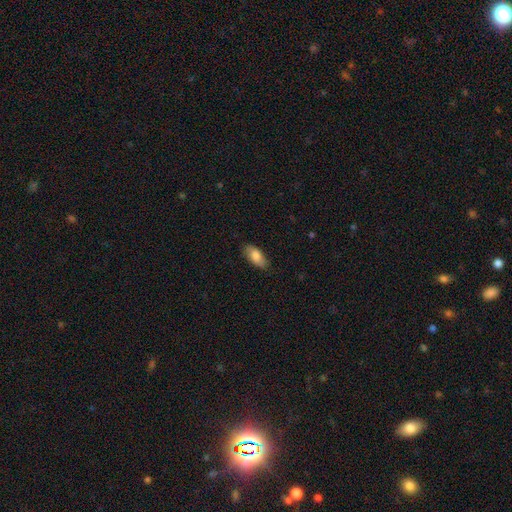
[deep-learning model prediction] Smooth or featured? smooth (82%)
How rounded? in between (88%)
Merging? none (83%)